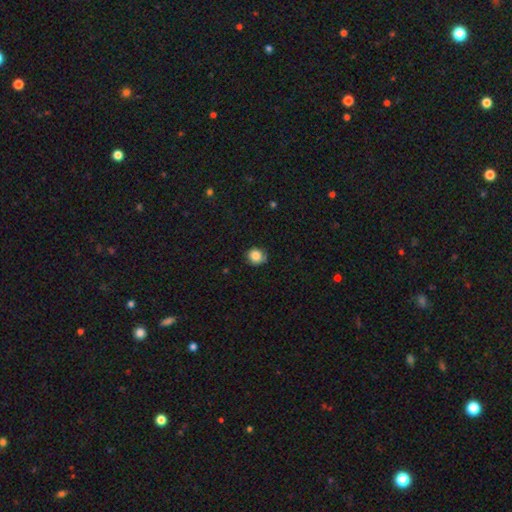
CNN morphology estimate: Smooth or featured? Predicted: smooth (p=0.83). How rounded? Predicted: round (p=0.78). Merging? Predicted: none (p=0.68).